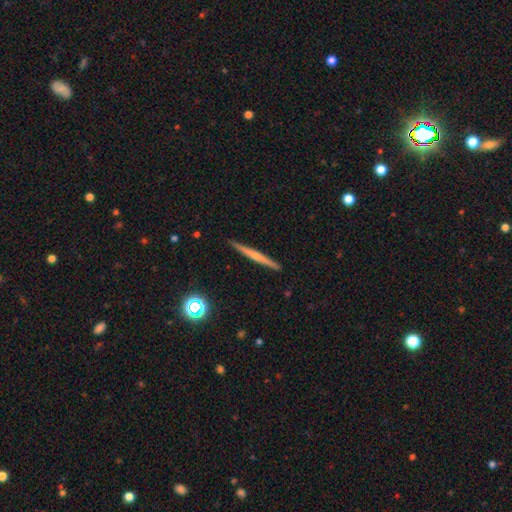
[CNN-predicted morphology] Q: Smooth or featured?
A: featured or disk (48%); runner-up: smooth (44%)
Q: Merging?
A: none (92%); runner-up: minor disturbance (6%)